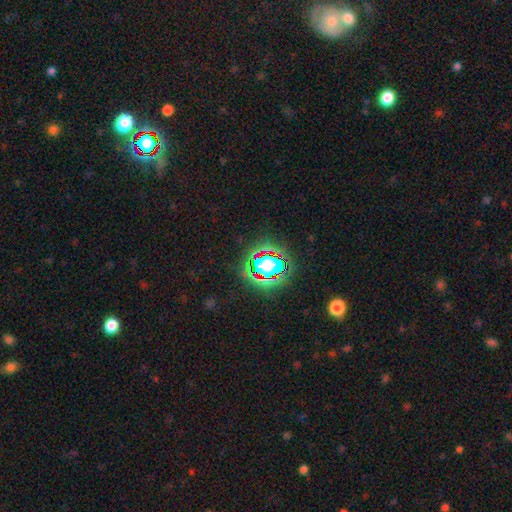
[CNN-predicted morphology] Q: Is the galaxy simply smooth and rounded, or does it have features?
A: star or artifact — 72%.